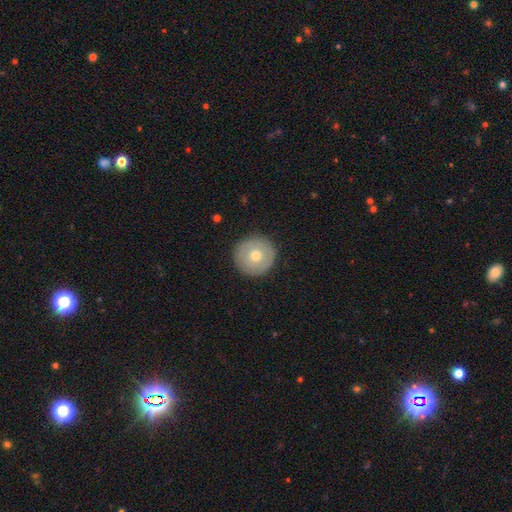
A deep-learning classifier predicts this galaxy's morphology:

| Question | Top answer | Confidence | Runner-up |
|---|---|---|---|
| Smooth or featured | smooth | 63% | featured or disk (29%) |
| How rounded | round | 96% | in between (3%) |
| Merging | none | 90% | minor disturbance (7%) |